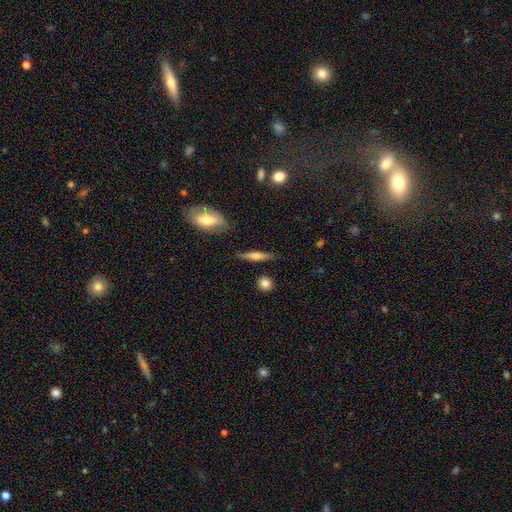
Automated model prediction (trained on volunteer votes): This is possibly a featured or disk galaxy (49%). Merging: clearly none (84%).